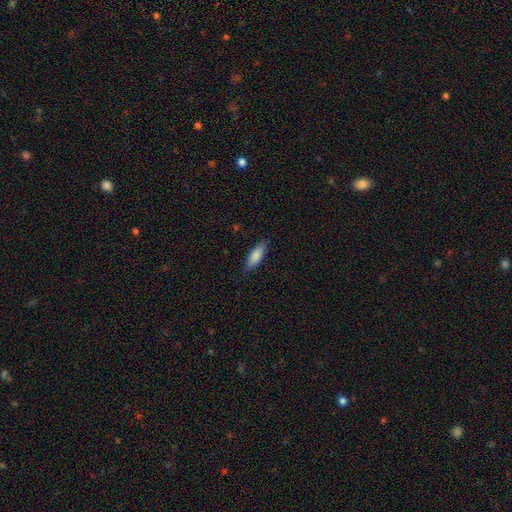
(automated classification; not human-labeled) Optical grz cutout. It shows a smooth galaxy with no disk features (85%) that is in between round and cigar-shaped (62%). Merging: none (83%).